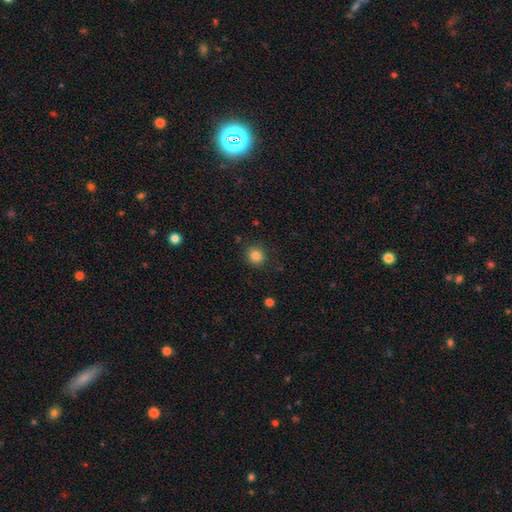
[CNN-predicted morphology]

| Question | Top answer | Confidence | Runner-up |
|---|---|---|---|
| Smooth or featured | smooth | 84% | star or artifact (11%) |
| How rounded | round | 82% | in between (17%) |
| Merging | none | 87% | minor disturbance (9%) |